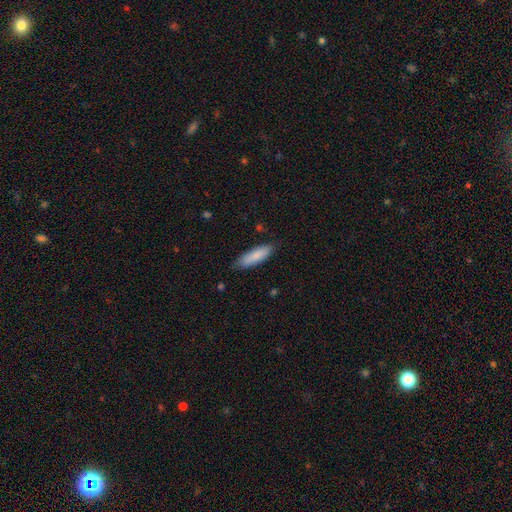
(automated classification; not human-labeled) A smooth galaxy with no disk features (84%) that is in between round and cigar-shaped (51%). Merging: none (83%).